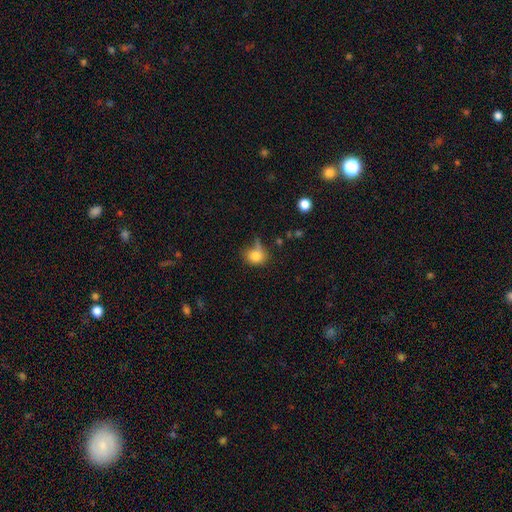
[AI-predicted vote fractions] Smooth or featured? smooth (80%)
How rounded? round (63%)
Merging? none (51%)